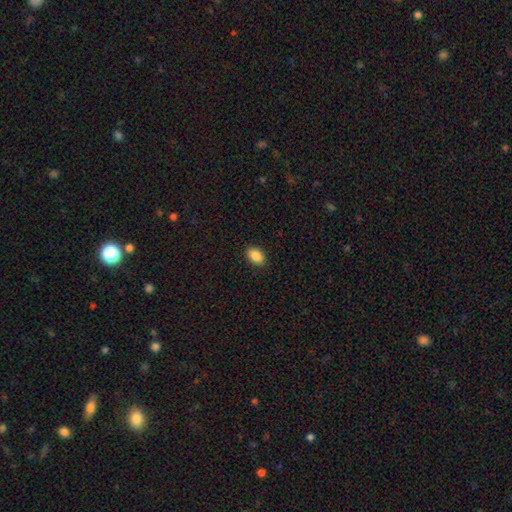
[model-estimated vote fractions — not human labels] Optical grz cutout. It shows a smooth galaxy with no disk features (88%) that is in between round and cigar-shaped (86%). Merging: none (90%).